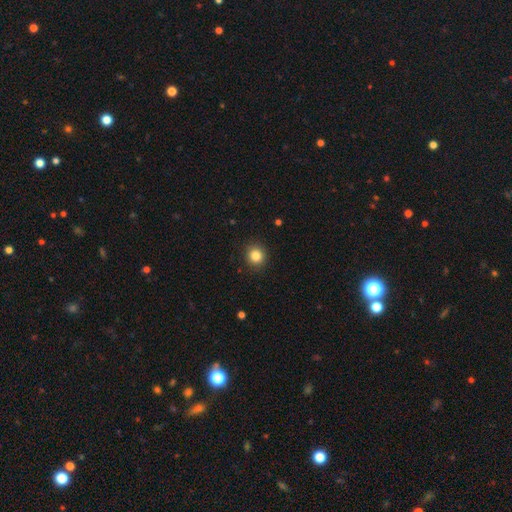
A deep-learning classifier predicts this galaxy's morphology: Smooth or featured: smooth — 84% (star or artifact — 11%)
How rounded: round — 91% (in between — 8%)
Merging: none — 90% (minor disturbance — 7%)